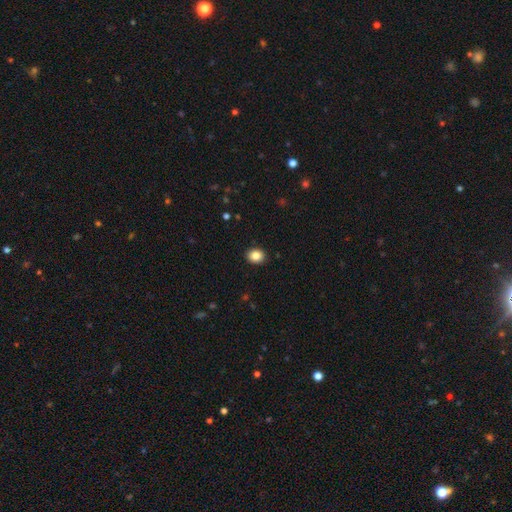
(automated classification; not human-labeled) Smooth or featured? Predicted: smooth (p=0.87). How rounded? Predicted: round (p=0.56). Merging? Predicted: none (p=0.92).